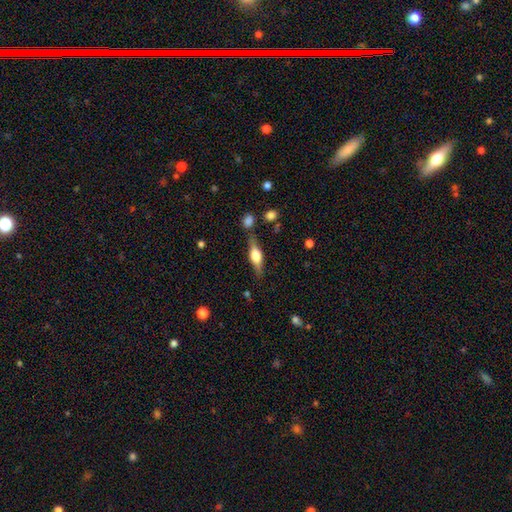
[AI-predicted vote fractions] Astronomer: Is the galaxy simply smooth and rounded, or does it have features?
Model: featured or disk — 57% (runner-up: smooth, 36%).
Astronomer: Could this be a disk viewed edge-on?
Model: yes — 94%.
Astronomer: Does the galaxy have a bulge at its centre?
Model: rounded — 89%.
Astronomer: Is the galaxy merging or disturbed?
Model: none — 77%.